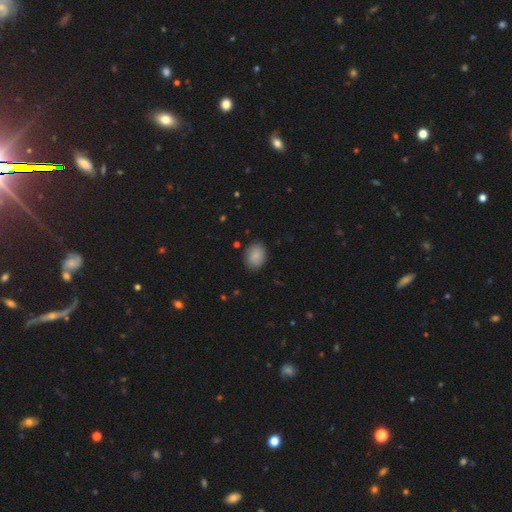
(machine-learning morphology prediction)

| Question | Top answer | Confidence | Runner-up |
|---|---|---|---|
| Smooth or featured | smooth | 86% | star or artifact (8%) |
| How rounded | in between | 57% | round (42%) |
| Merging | none | 84% | minor disturbance (12%) |